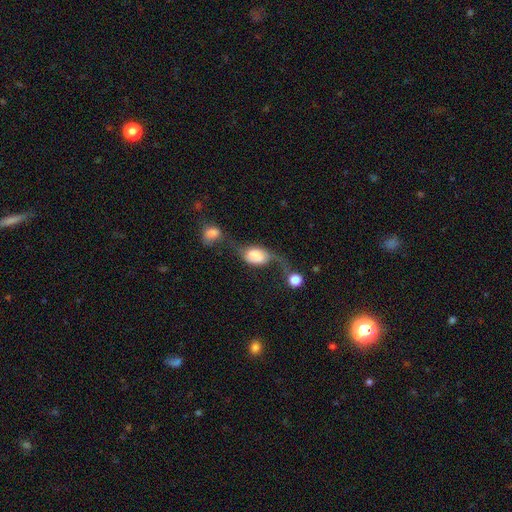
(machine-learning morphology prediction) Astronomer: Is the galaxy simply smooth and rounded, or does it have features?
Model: smooth — 57% (runner-up: featured or disk, 34%).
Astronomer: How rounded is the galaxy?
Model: in between — 77%.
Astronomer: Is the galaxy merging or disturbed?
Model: merger — 45% (runner-up: major disturbance, 27%).